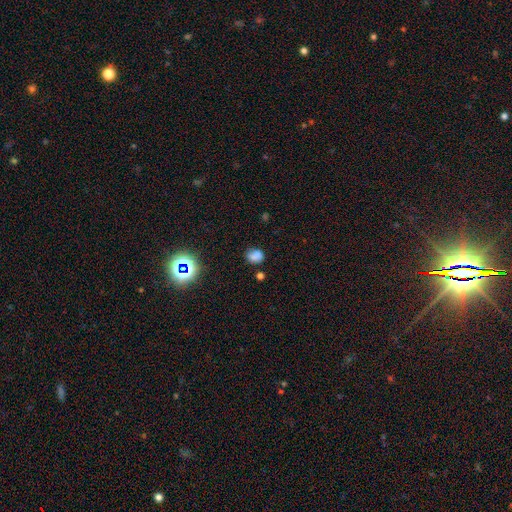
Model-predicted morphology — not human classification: Smooth or featured? Predicted: smooth (p=0.72). How rounded? Predicted: in between (p=0.54). Merging? Predicted: none (p=0.66).